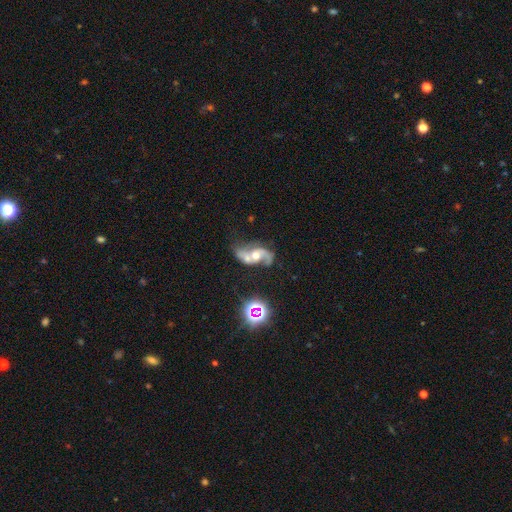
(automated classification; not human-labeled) Smooth or featured? featured or disk (77%)
Edge-on disk? no (96%)
Bar? no (61%)
Spiral arms? yes (89%)
Spiral winding? loose (62%)
Spiral arm count? 2 (84%)
Bulge size? moderate (67%)
Merging? merger (40%)